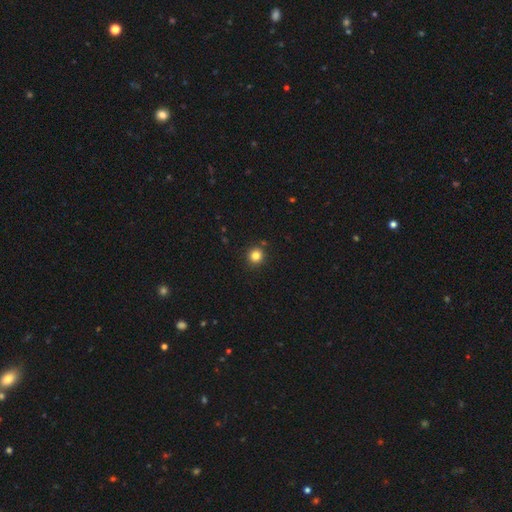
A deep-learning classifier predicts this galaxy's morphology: smooth_or_featured: smooth (p=0.82) [alt: star or artifact p=0.13]
how_rounded: round (p=0.94) [alt: in between p=0.05]
merging: none (p=0.89) [alt: minor disturbance p=0.06]